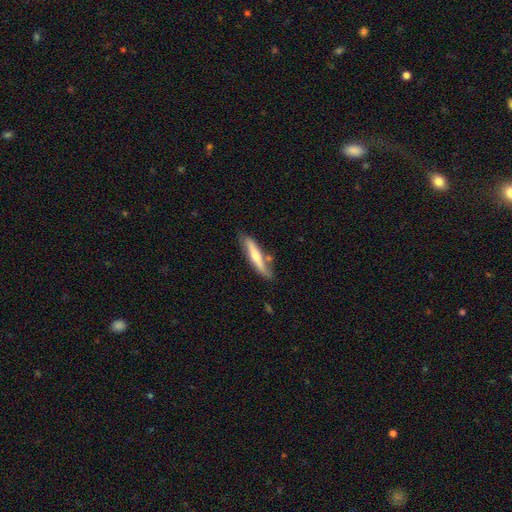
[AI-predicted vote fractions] Q: Smooth or featured?
A: smooth (53%); runner-up: featured or disk (42%)
Q: How rounded?
A: cigar-shaped (87%); runner-up: in between (12%)
Q: Merging?
A: none (72%); runner-up: minor disturbance (18%)